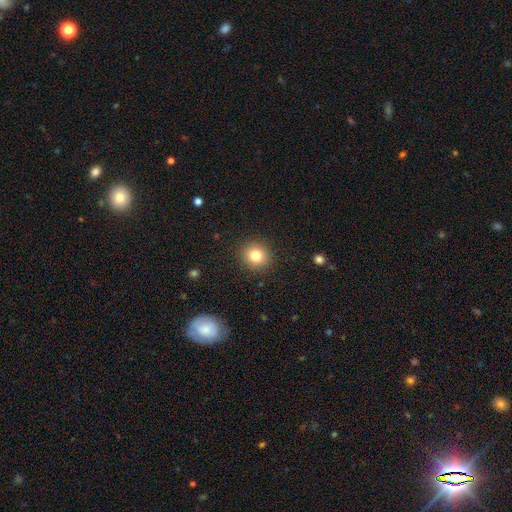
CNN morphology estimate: This is clearly a smooth galaxy (80%). How rounded: clearly round (89%). Merging: clearly none (90%).